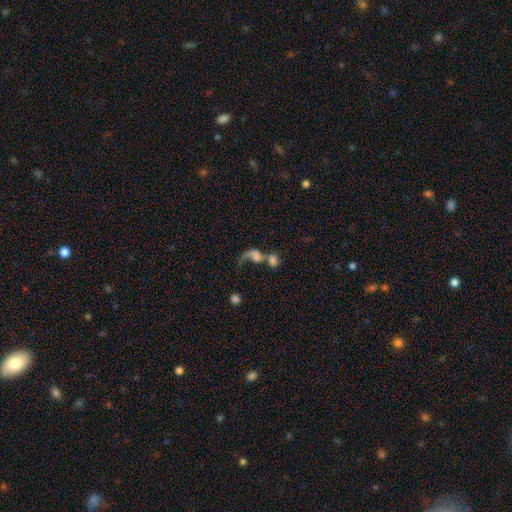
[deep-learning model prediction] Smooth or featured?
  - smooth: 47% *
  - featured or disk: 40%
  - star or artifact: 13%
Merging?
  - merger: 63% *
  - major disturbance: 19%
  - none: 12%
  - minor disturbance: 6%